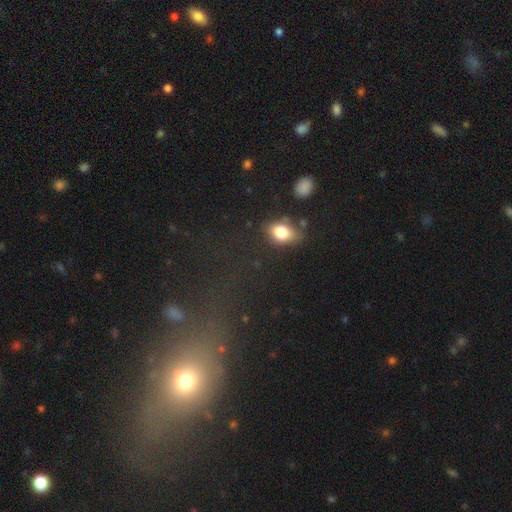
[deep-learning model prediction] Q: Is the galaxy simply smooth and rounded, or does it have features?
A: star or artifact — 43%.